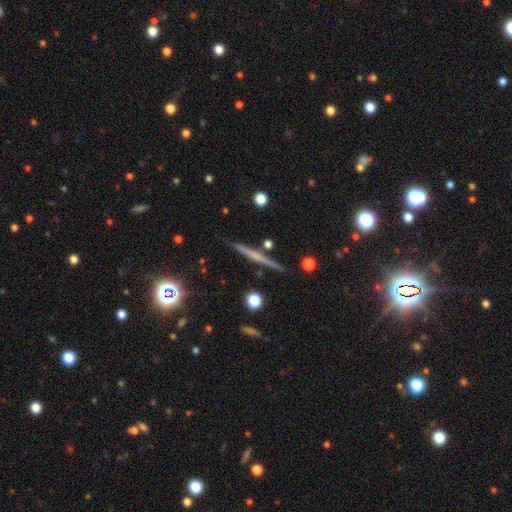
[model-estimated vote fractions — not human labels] Smooth or featured? featured or disk (65%)
Edge-on disk? yes (98%)
Edge-on bulge? rounded (47%)
Merging? none (89%)